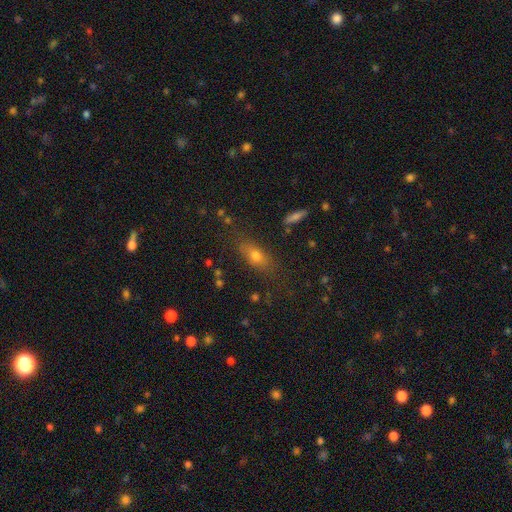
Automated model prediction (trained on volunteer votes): smooth_or_featured: smooth (p=0.68) [alt: featured or disk p=0.18]
how_rounded: in between (p=0.66) [alt: cigar-shaped p=0.21]
merging: none (p=0.75) [alt: minor disturbance p=0.16]